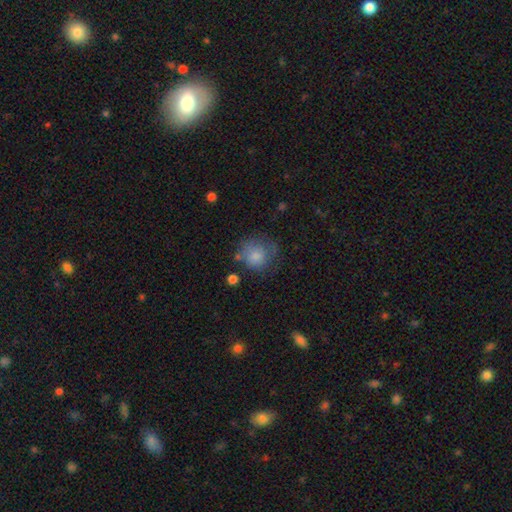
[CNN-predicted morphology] smooth-or-featured: smooth: 81% | featured or disk: 10% | star or artifact: 9%
  how-rounded: round: 85% | in between: 14% | cigar-shaped: 1%
  merging: none: 57% | minor disturbance: 24% | major disturbance: 13% | merger: 6%